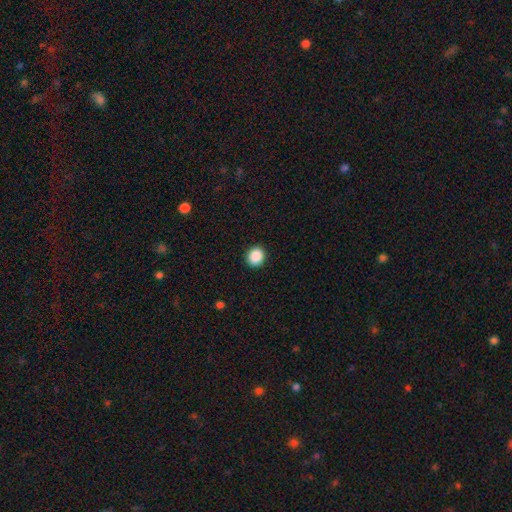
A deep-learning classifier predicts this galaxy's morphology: The model was most divided on "how rounded": round: 81%, in between: 18%, cigar-shaped: 1%. More confident: merging — none (92%); smooth or featured — smooth (89%).